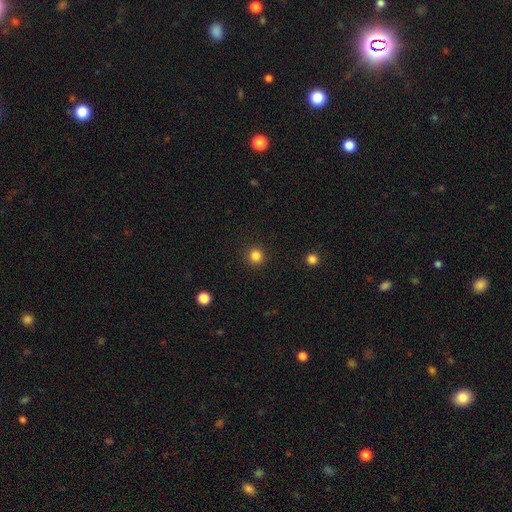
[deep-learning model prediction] smooth 84%, star or artifact 12%, featured or disk 4%. Down the decision tree: how rounded — round (95%); merging — none (92%).